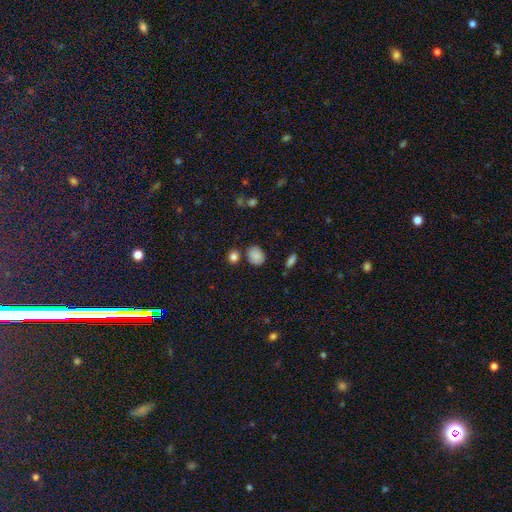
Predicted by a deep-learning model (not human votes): smooth_or_featured: smooth (p=0.83) [alt: star or artifact p=0.10]
how_rounded: round (p=0.52) [alt: in between p=0.47]
merging: none (p=0.75) [alt: minor disturbance p=0.15]